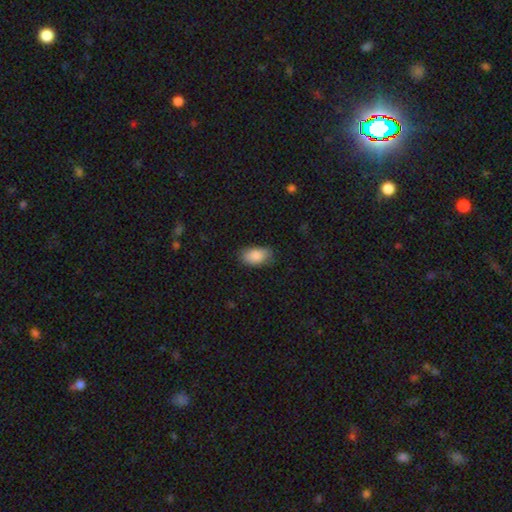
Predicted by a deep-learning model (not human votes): Overall: smooth (88%). How rounded: in between (92%). Merging: none (76%).